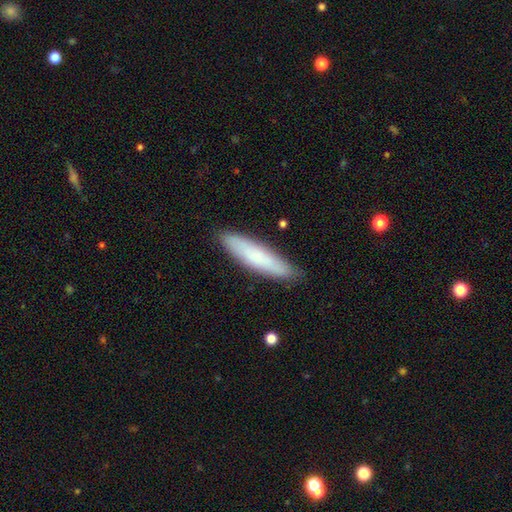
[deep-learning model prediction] smooth 75%, featured or disk 19%, star or artifact 6%. Down the decision tree: how rounded — cigar-shaped (79%); merging — none (86%).